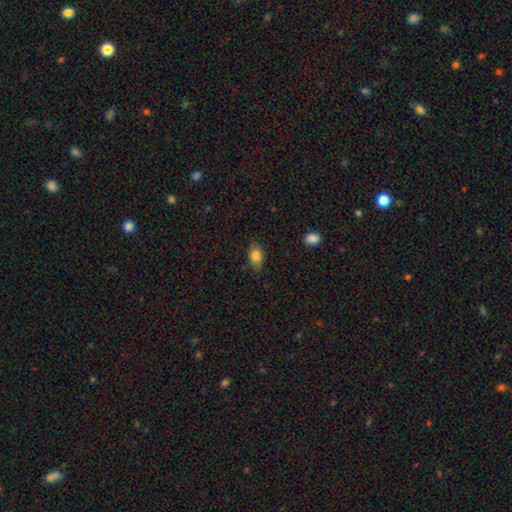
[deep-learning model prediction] A smooth galaxy with no disk features (82%) that is in between round and cigar-shaped (85%).

Vote fractions:
- Smooth or featured? smooth: 82% / featured or disk: 10% / star or artifact: 9%
- How rounded? in between: 85% / round: 13% / cigar-shaped: 3%
- Merging? none: 81% / minor disturbance: 15% / major disturbance: 3% / merger: 1%